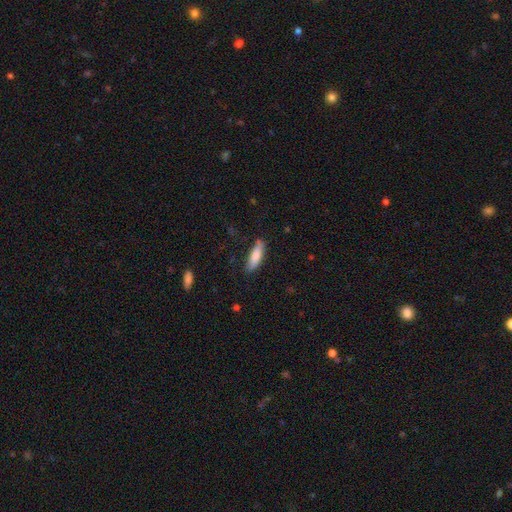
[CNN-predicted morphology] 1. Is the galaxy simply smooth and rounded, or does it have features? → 81% smooth, 13% featured or disk, 6% star or artifact.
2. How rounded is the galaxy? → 55% cigar-shaped, 43% in between, 2% round.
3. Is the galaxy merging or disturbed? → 78% none, 17% minor disturbance, 3% major disturbance, 2% merger.